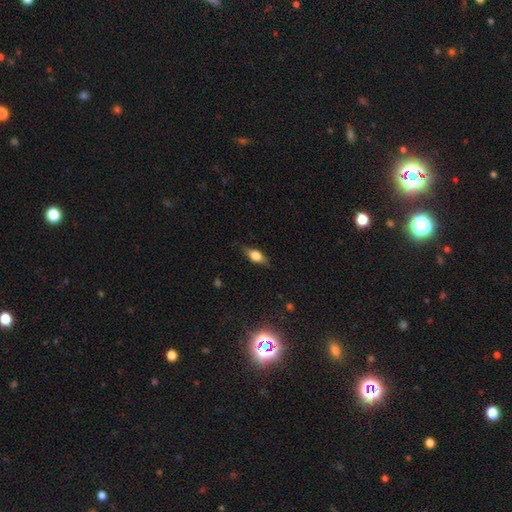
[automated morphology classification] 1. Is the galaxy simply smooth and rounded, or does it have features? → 60% smooth, 32% featured or disk, 8% star or artifact.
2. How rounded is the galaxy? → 73% in between, 21% cigar-shaped, 6% round.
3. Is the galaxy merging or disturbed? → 80% none, 16% minor disturbance, 3% major disturbance, 1% merger.